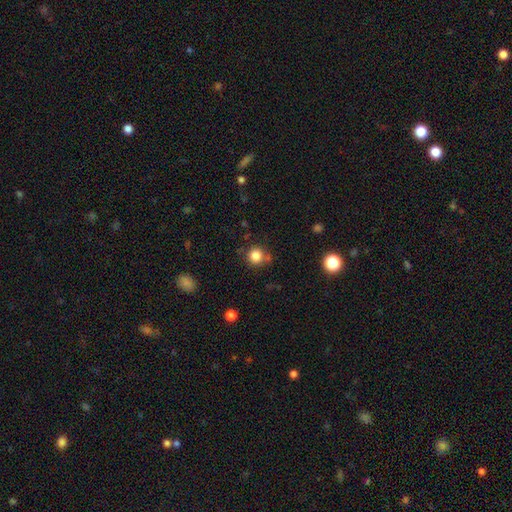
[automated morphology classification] Smooth or featured? Predicted: smooth (p=0.83). How rounded? Predicted: round (p=0.91). Merging? Predicted: none (p=0.76).